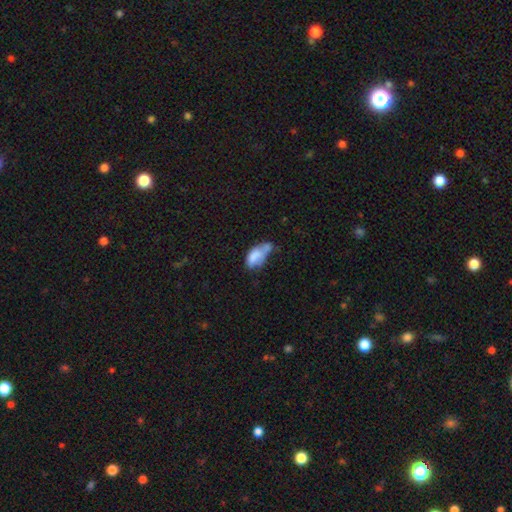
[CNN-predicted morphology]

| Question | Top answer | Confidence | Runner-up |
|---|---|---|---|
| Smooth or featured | smooth | 71% | featured or disk (20%) |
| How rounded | in between | 90% | cigar-shaped (5%) |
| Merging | merger | 30% | minor disturbance (29%) |